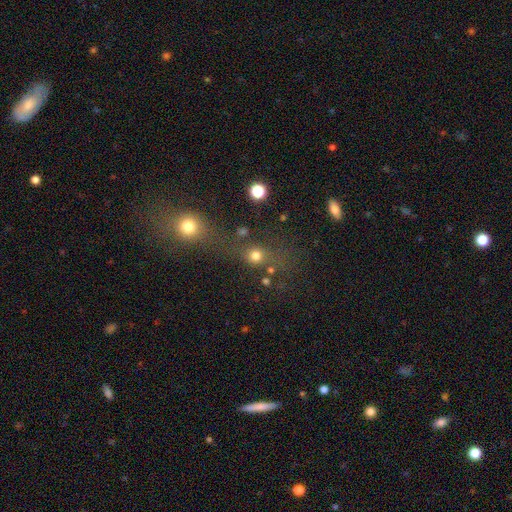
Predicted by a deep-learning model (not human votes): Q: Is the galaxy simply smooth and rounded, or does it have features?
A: smooth — 72%.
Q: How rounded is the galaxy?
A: round — 80%.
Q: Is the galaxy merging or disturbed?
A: none — 56%.